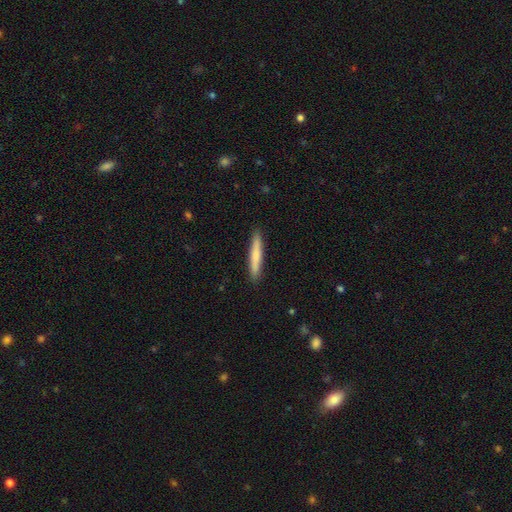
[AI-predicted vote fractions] The model was most divided on "smooth or featured": smooth: 72%, featured or disk: 22%, star or artifact: 5%. More confident: how rounded — cigar-shaped (95%); merging — none (91%).